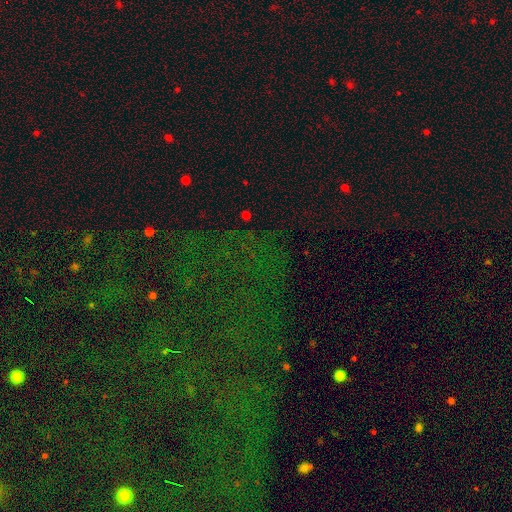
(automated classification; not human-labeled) Smooth or featured? star or artifact (81%)